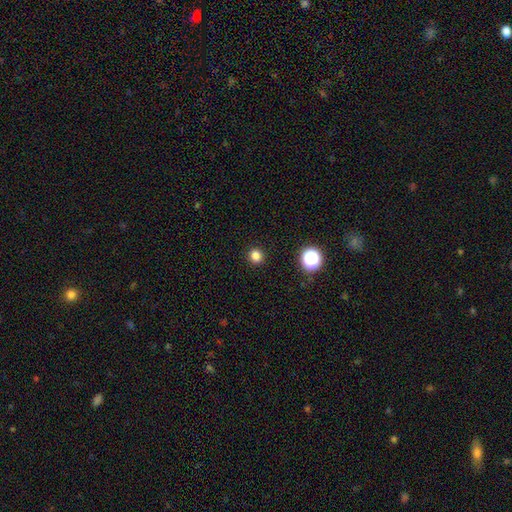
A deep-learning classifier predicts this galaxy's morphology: Smooth or featured: smooth — 82% (star or artifact — 14%)
How rounded: round — 91% (in between — 8%)
Merging: none — 92% (minor disturbance — 5%)